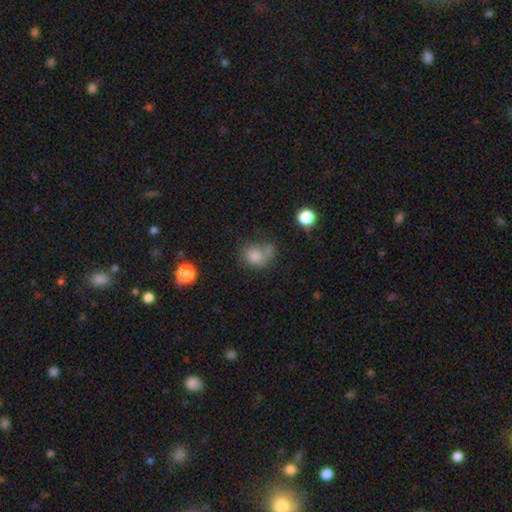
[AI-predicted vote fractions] Morphology: type=smooth (79%); roundness=round (65%); merging=none (40%).